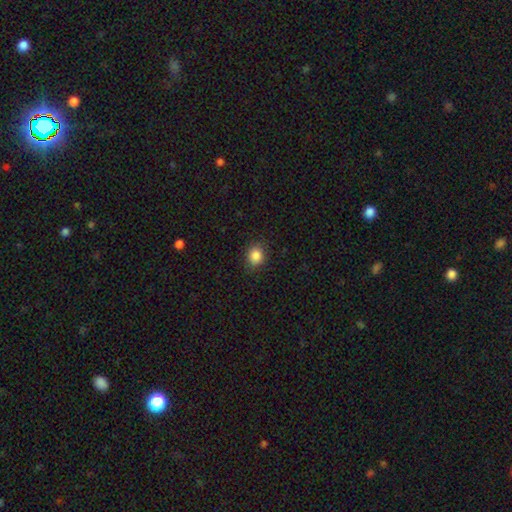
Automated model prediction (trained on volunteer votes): smooth 87%, star or artifact 10%, featured or disk 3%. Down the decision tree: how rounded — round (71%); merging — none (87%).